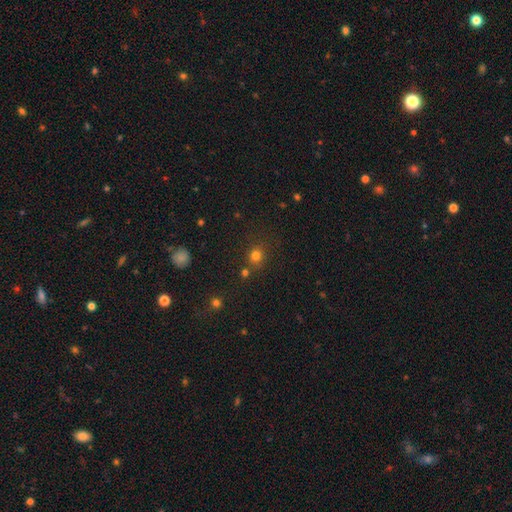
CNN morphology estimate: Smooth or featured? smooth (76%)
How rounded? round (83%)
Merging? none (75%)